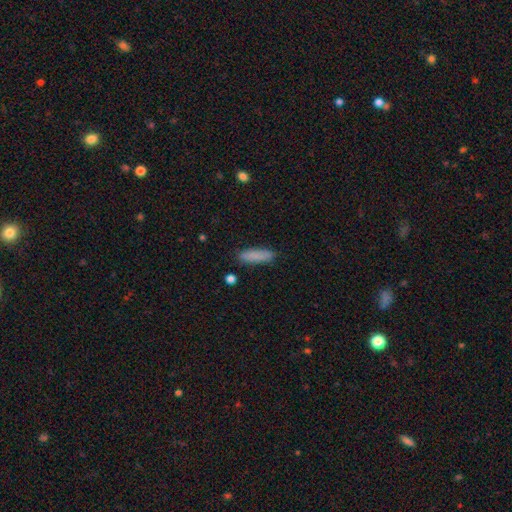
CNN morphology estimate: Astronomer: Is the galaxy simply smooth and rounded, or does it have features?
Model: smooth — 86%.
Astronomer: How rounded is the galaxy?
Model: cigar-shaped — 67%.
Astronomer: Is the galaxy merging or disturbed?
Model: none — 87%.